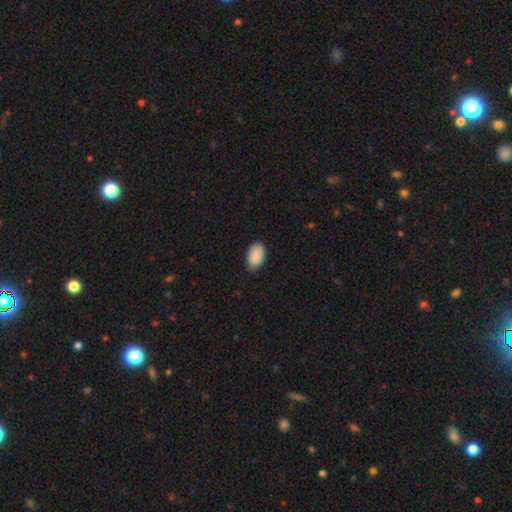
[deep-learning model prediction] Smooth or featured? smooth (90%)
How rounded? in between (94%)
Merging? none (81%)